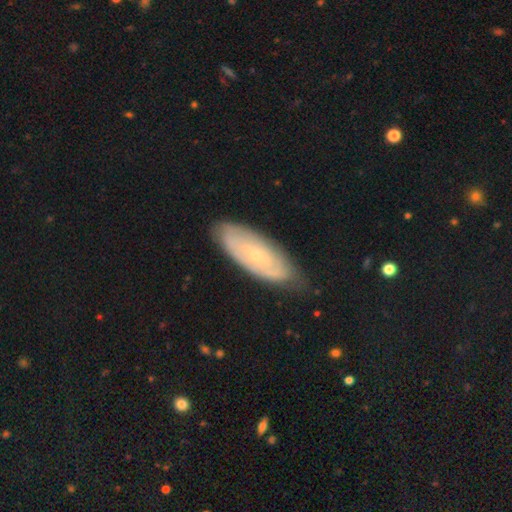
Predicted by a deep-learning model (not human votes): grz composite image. It shows a featured or disk galaxy (62%) with no bar (74%), spiral arms (75%) and a small central bulge (82%). Merging: none (76%).